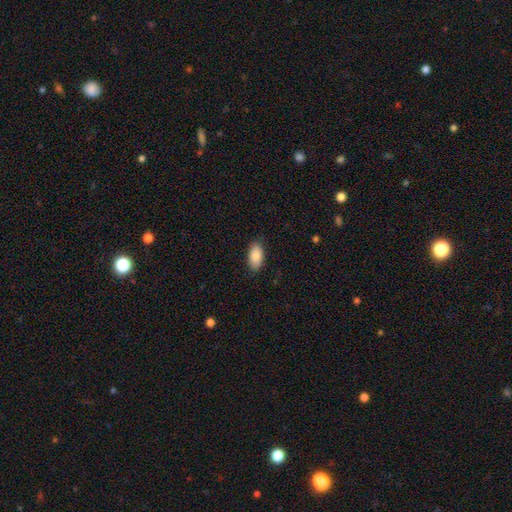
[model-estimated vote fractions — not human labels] smooth_or_featured: smooth (p=0.88) [alt: star or artifact p=0.06]
how_rounded: in between (p=0.94) [alt: cigar-shaped p=0.04]
merging: none (p=0.84) [alt: minor disturbance p=0.13]